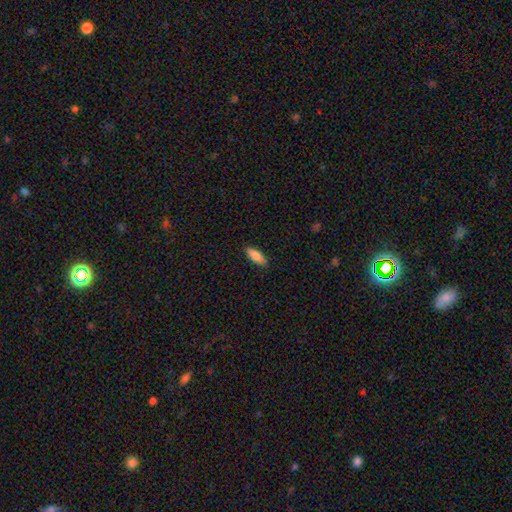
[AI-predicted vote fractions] Morphology: type=smooth (83%); roundness=in between (64%); merging=none (87%).